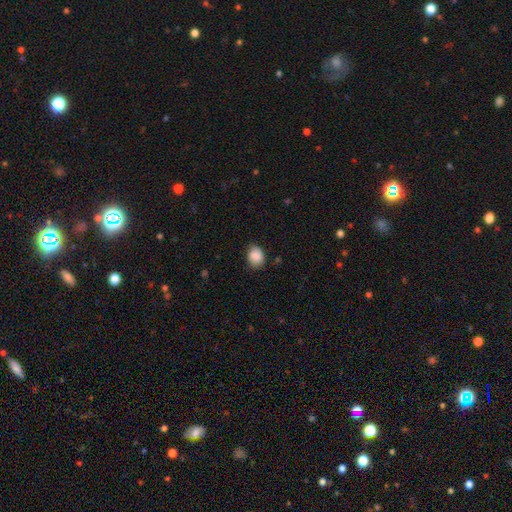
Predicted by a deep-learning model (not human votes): This is clearly a smooth galaxy (88%). How rounded: possibly in between (50%). Merging: likely none (73%).